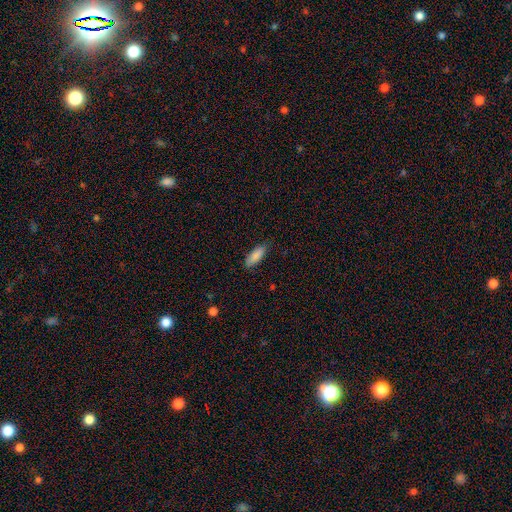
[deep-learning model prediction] Smooth or featured? Predicted: smooth (p=0.88). How rounded? Predicted: in between (p=0.65). Merging? Predicted: none (p=0.83).